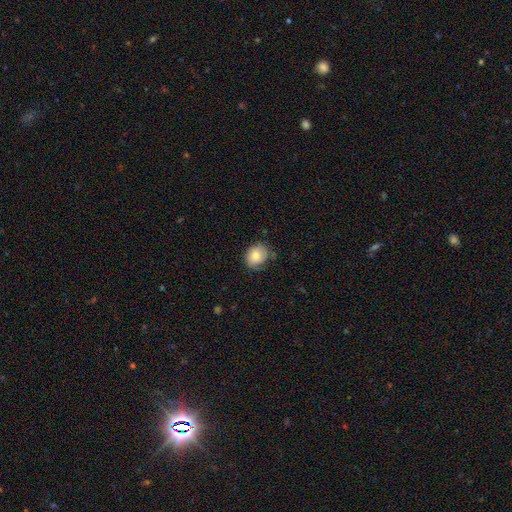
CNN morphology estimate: Smooth or featured? smooth (71%)
How rounded? round (61%)
Merging? none (64%)